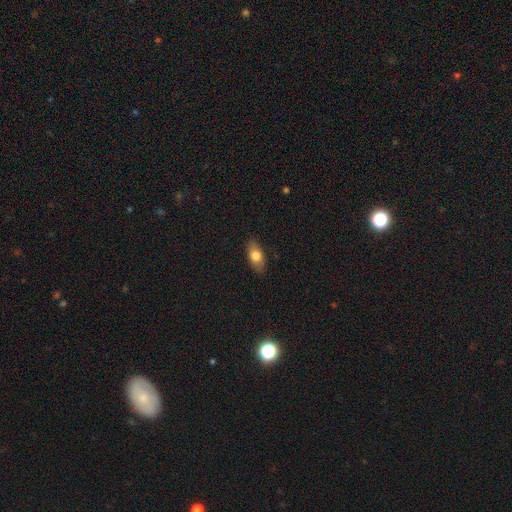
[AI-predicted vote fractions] smooth_or_featured: smooth (p=0.75) [alt: featured or disk p=0.19]
how_rounded: in between (p=0.87) [alt: cigar-shaped p=0.08]
merging: none (p=0.86) [alt: minor disturbance p=0.10]